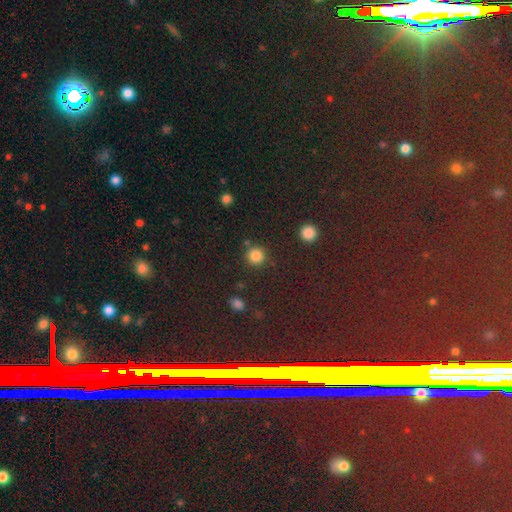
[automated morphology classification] smooth 84%, star or artifact 12%, featured or disk 4%. Down the decision tree: how rounded — round (93%); merging — none (85%).